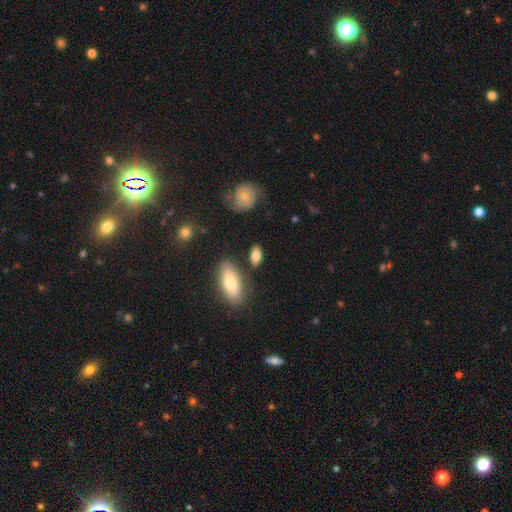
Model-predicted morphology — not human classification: Smooth or featured?
  - smooth: 80% *
  - featured or disk: 12%
  - star or artifact: 8%
How rounded?
  - in between: 86% *
  - cigar-shaped: 8%
  - round: 6%
Merging?
  - none: 79% *
  - minor disturbance: 13%
  - merger: 5%
  - major disturbance: 4%